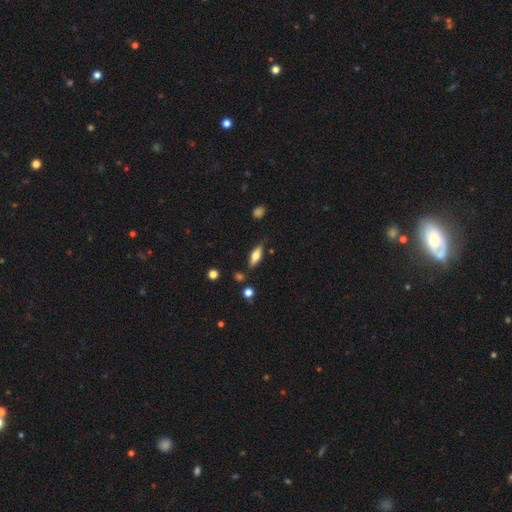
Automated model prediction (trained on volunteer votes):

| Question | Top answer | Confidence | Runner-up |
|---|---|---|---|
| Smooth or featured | smooth | 58% | featured or disk (35%) |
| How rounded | in between | 57% | cigar-shaped (41%) |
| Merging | none | 78% | minor disturbance (15%) |